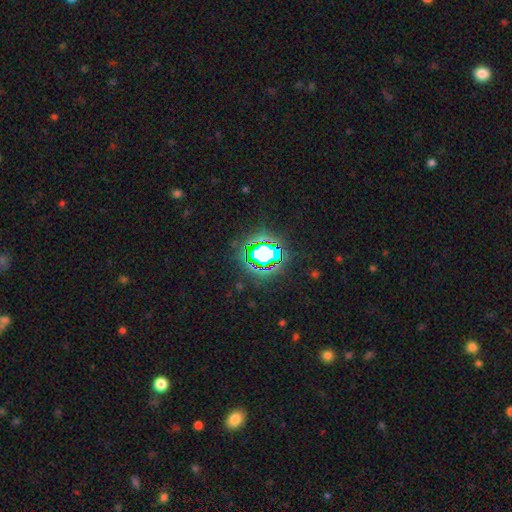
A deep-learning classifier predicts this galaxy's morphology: smooth-or-featured: star or artifact: 80% | smooth: 13% | featured or disk: 7%